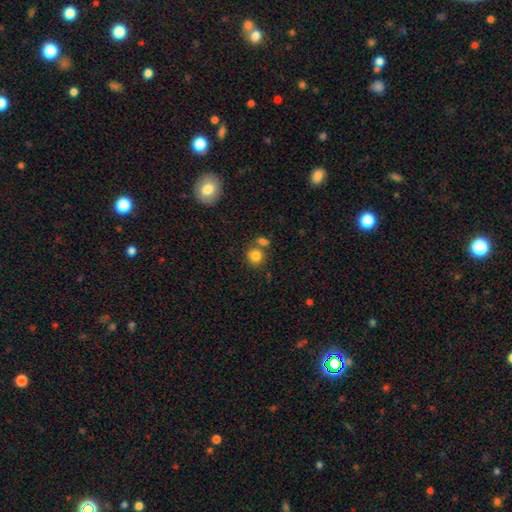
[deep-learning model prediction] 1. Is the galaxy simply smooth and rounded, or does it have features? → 82% smooth, 10% star or artifact, 8% featured or disk.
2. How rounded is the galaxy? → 84% round, 15% in between, 1% cigar-shaped.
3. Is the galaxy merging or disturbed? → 61% none, 26% merger, 10% minor disturbance, 3% major disturbance.